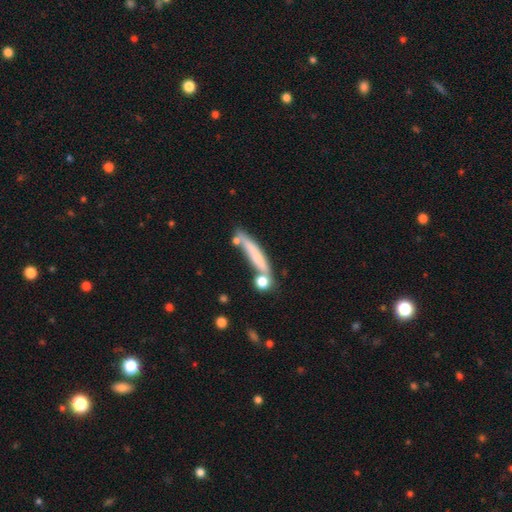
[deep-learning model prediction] Smooth or featured?
  - smooth: 59% *
  - featured or disk: 32%
  - star or artifact: 9%
How rounded?
  - cigar-shaped: 89% *
  - in between: 8%
  - round: 3%
Merging?
  - none: 60% *
  - minor disturbance: 18%
  - merger: 15%
  - major disturbance: 7%